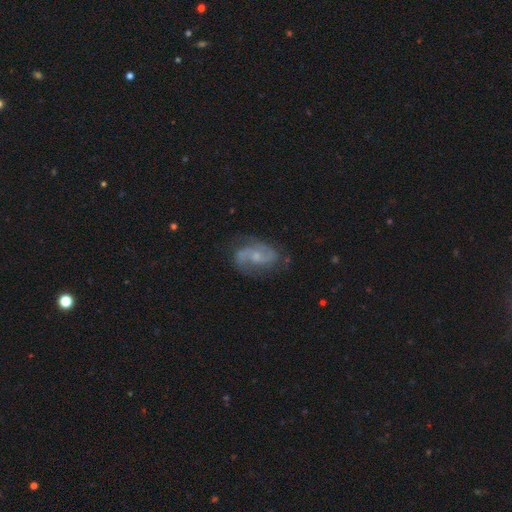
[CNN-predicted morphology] A featured or disk galaxy (81%) with no bar (54%), 2 (86%) medium (51%) spiral arms (95%) and a small central bulge (56%). Merging: none (71%).